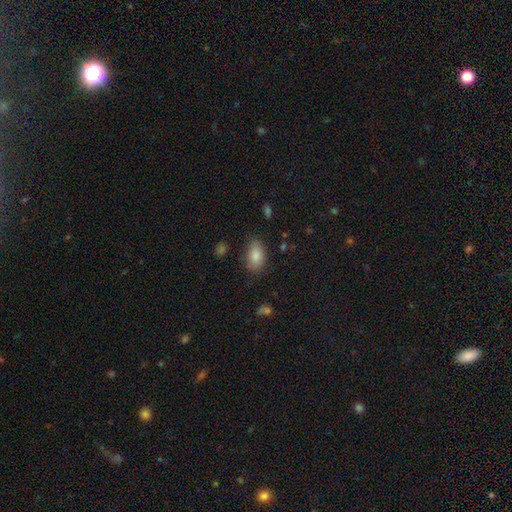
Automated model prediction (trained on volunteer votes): This is clearly a smooth galaxy (85%). How rounded: clearly in between (91%). Merging: likely none (75%).